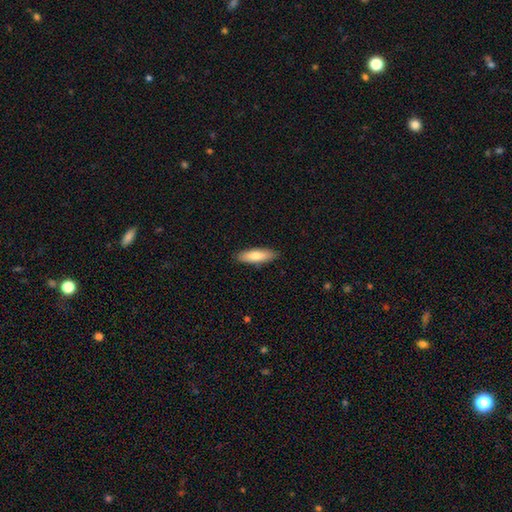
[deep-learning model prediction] Smooth or featured? smooth (74%)
How rounded? in between (52%)
Merging? none (89%)